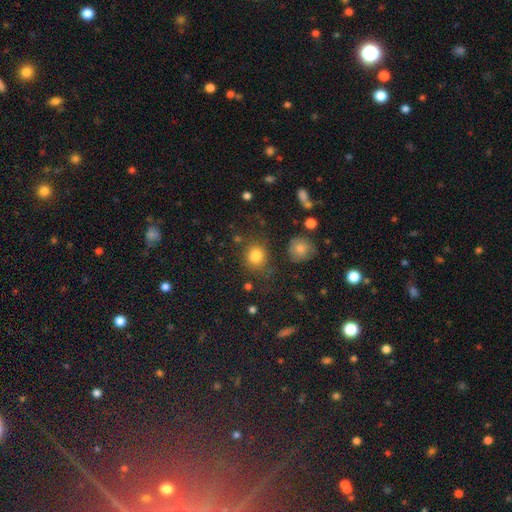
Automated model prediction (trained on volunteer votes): This appears to be a smooth galaxy with no disk features (81%) that is round (82%). Merging: none (75%).